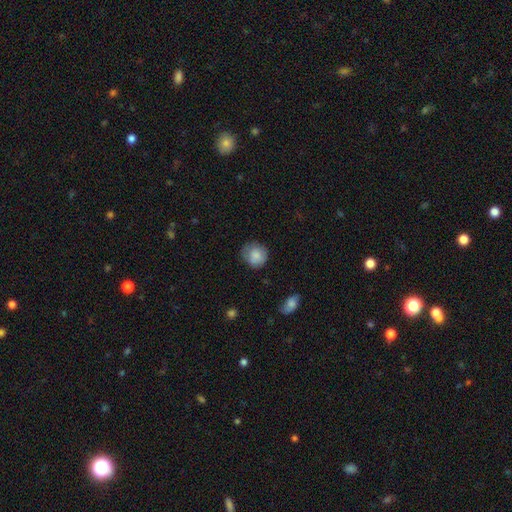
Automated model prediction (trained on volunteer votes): A smooth galaxy with no disk features (83%) that is round (85%). Merging: none (70%).